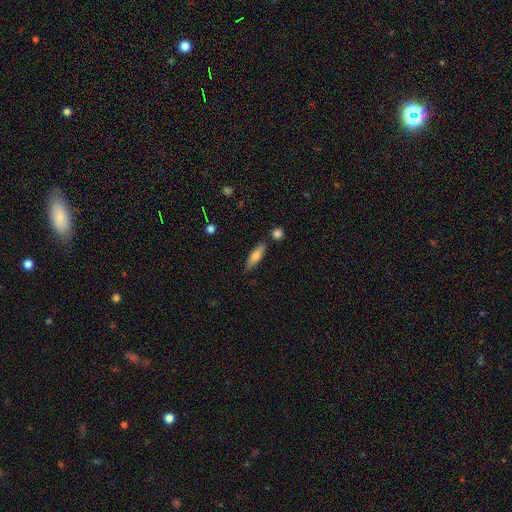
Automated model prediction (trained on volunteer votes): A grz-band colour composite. It shows a smooth galaxy with no disk features (71%) that is cigar-shaped (59%). Merging: none (80%).